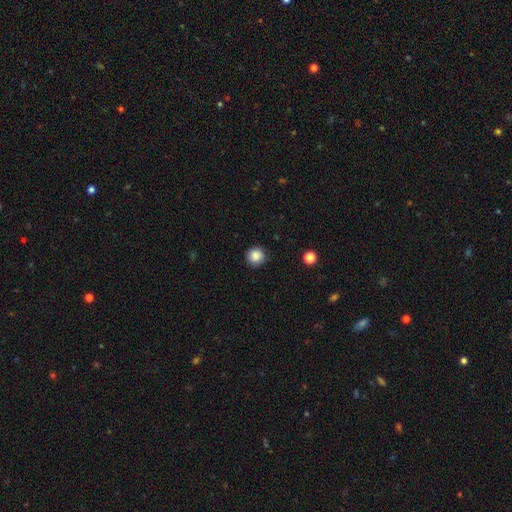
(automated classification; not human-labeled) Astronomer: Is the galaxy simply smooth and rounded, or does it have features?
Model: smooth — 86%.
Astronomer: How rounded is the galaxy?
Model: round — 93%.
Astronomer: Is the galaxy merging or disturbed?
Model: none — 89%.